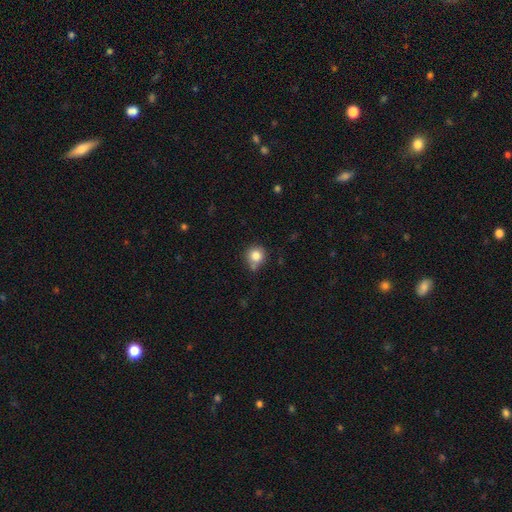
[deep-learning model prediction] smooth_or_featured: smooth (p=0.83) [alt: star or artifact p=0.11]
how_rounded: round (p=0.90) [alt: in between p=0.09]
merging: none (p=0.67) [alt: minor disturbance p=0.20]